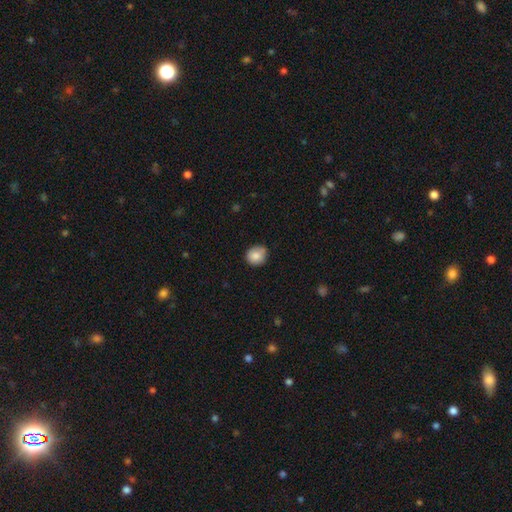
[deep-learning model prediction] This appears to be a smooth galaxy with no disk features (85%) that is round (82%). Merging: none (77%).